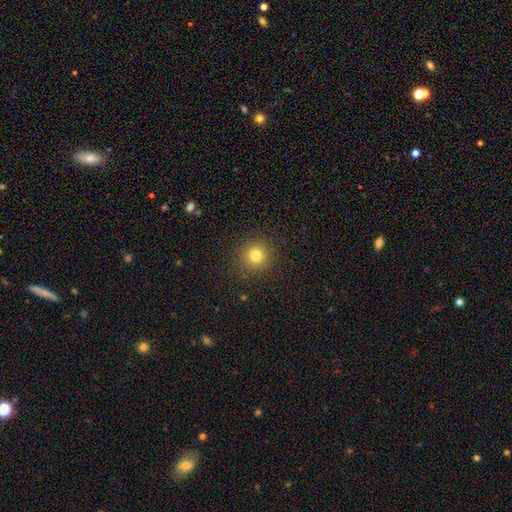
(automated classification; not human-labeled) smooth 78%, star or artifact 15%, featured or disk 7%. Down the decision tree: how rounded — round (93%); merging — none (91%).